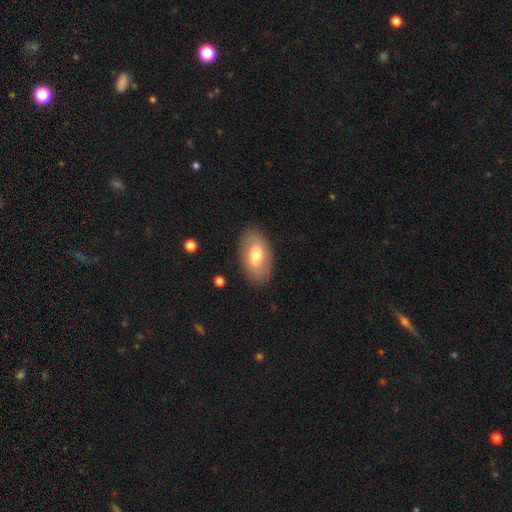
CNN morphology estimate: A smooth galaxy with no disk features (68%) that is in between round and cigar-shaped (92%). Merging: none (85%).